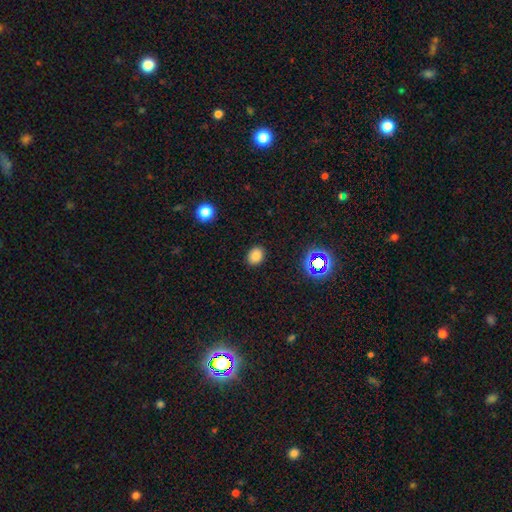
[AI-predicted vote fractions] This appears to be a smooth galaxy with no disk features (80%) that is in between round and cigar-shaped (58%). Merging: none (88%).